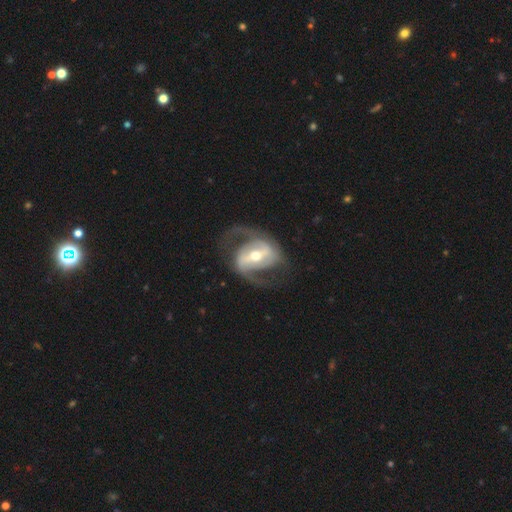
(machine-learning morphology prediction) Smooth or featured? featured or disk (88%)
Edge-on disk? no (96%)
Bar? strong (60%)
Spiral arms? yes (93%)
Spiral winding? medium (52%)
Spiral arm count? 2 (90%)
Bulge size? moderate (61%)
Merging? none (71%)